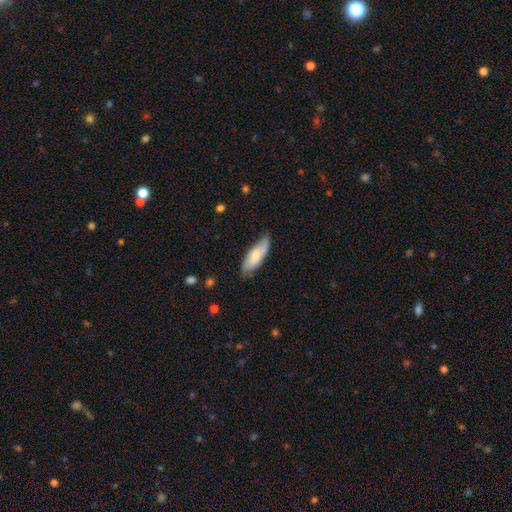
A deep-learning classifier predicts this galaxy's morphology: Smooth or featured? Predicted: smooth (p=0.67). How rounded? Predicted: in between (p=0.62). Merging? Predicted: none (p=0.68).